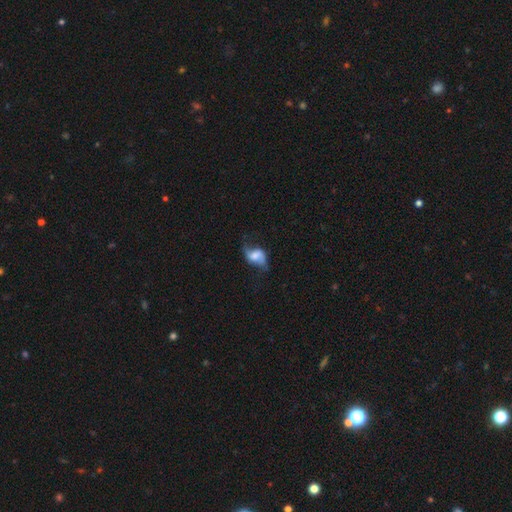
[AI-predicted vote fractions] This is possibly a featured or disk galaxy (60%). It is clearly not viewed edge-on (95%). Bar: marginally no (44%). Spiral arm pattern: clearly yes (87%). Central bulge: marginally moderate (31%). Merging: possibly none (57%).